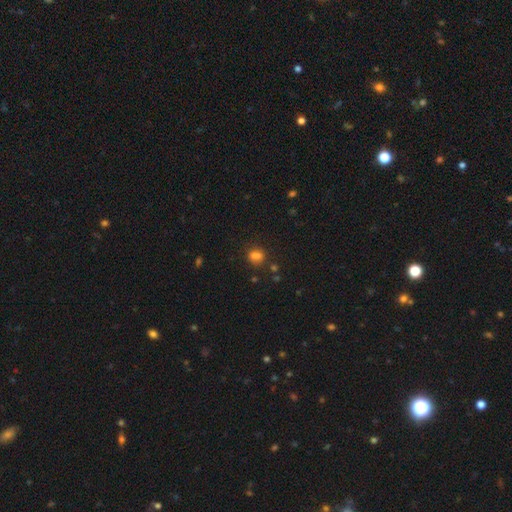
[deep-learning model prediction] Morphology: type=smooth (78%); roundness=round (49%); merging=none (69%).